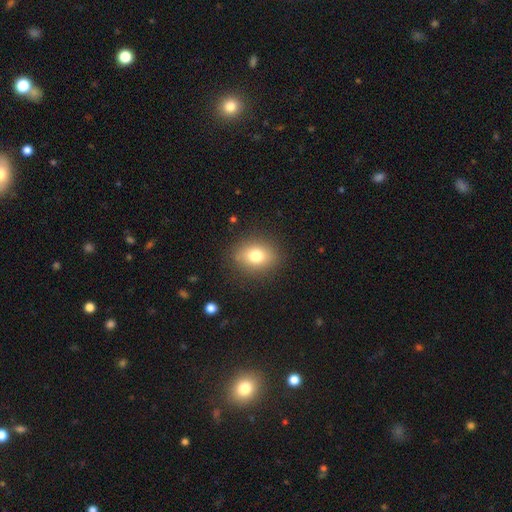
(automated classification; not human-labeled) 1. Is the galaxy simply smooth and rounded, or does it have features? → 77% smooth, 12% featured or disk, 11% star or artifact.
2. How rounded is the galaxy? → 53% round, 46% in between, 1% cigar-shaped.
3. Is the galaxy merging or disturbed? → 86% none, 9% minor disturbance, 3% major disturbance, 1% merger.